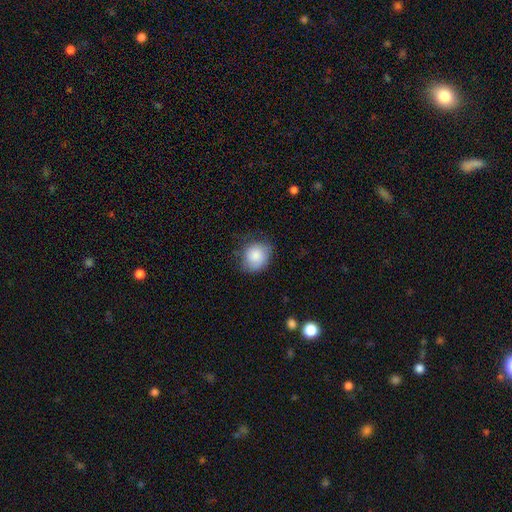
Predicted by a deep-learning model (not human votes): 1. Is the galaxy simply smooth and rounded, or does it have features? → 84% smooth, 9% featured or disk, 7% star or artifact.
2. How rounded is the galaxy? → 67% round, 32% in between, 1% cigar-shaped.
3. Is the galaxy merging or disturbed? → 67% none, 25% minor disturbance, 6% major disturbance, 1% merger.